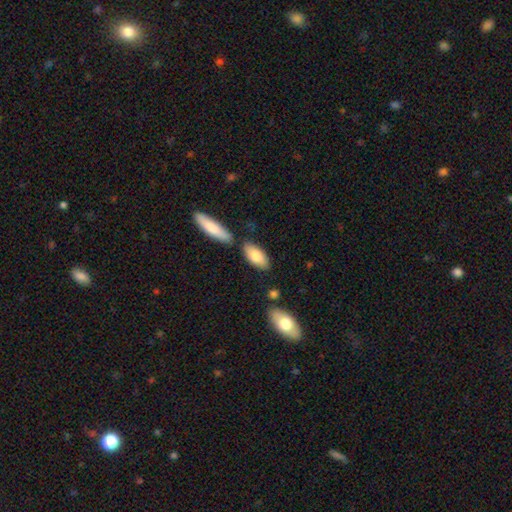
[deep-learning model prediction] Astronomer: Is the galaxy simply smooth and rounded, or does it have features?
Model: smooth — 78%.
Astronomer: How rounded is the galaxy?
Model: in between — 85%.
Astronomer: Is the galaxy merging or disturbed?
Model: none — 74%.